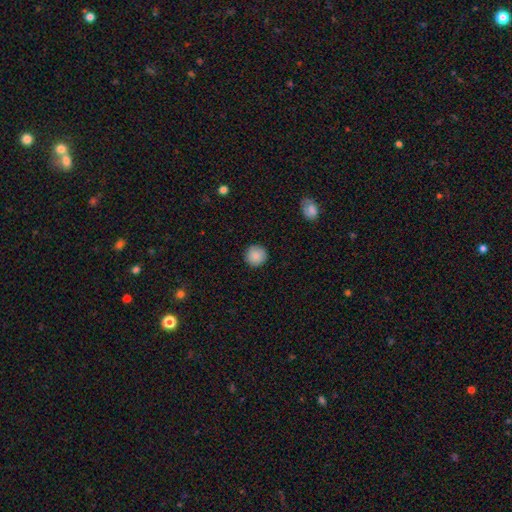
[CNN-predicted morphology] Q: Smooth or featured?
A: smooth (88%); runner-up: star or artifact (8%)
Q: How rounded?
A: round (95%); runner-up: in between (4%)
Q: Merging?
A: none (92%); runner-up: minor disturbance (6%)